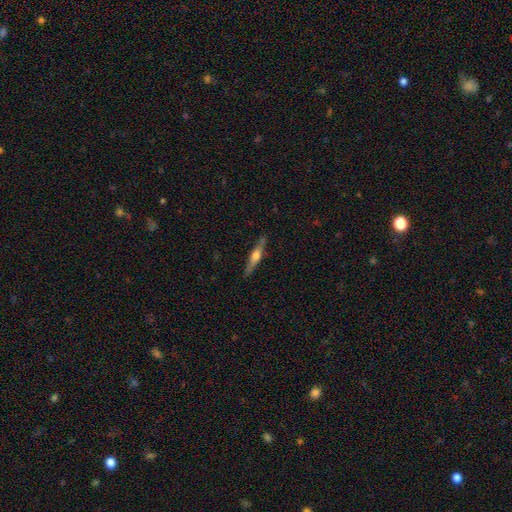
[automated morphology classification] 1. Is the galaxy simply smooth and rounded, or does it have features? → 58% featured or disk, 36% smooth, 6% star or artifact.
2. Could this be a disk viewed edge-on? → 95% yes, 5% no.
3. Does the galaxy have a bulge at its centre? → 84% rounded, 9% boxy, 6% none.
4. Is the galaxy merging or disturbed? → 87% none, 10% minor disturbance, 2% major disturbance, 1% merger.